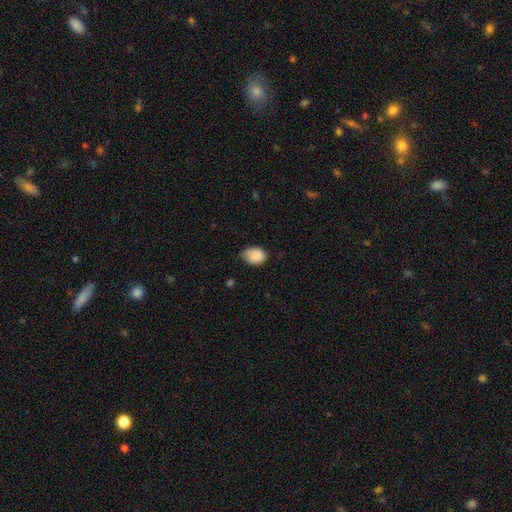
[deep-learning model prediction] smooth-or-featured: smooth: 88% | star or artifact: 7% | featured or disk: 5%
  how-rounded: in between: 72% | round: 27% | cigar-shaped: 1%
  merging: none: 58% | minor disturbance: 36% | major disturbance: 5% | merger: 1%